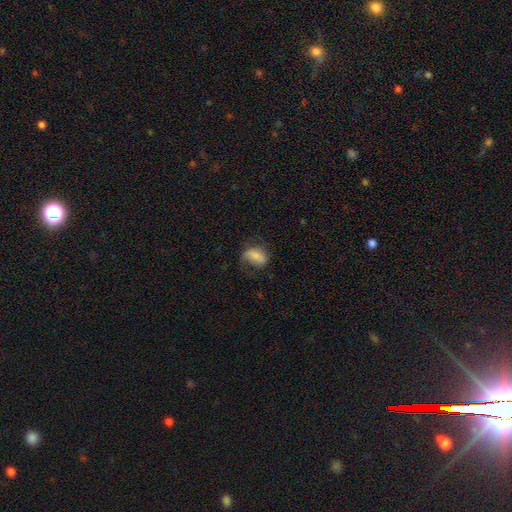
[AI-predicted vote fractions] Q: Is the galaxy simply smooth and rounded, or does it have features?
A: smooth — 70%.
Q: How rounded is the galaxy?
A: in between — 83%.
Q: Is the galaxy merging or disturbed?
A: none — 52%.